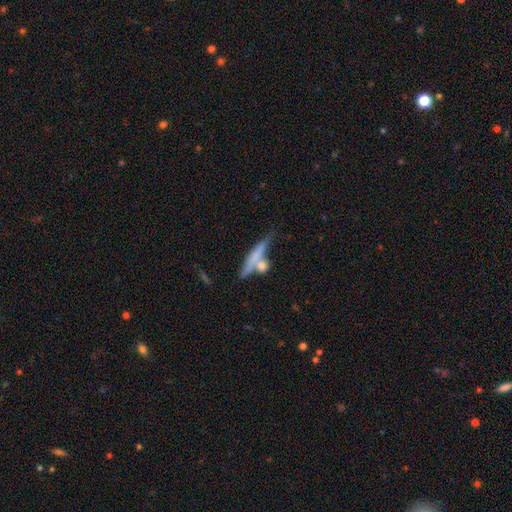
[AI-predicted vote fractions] smooth-or-featured: smooth: 55% | featured or disk: 38% | star or artifact: 8%
  how-rounded: cigar-shaped: 80% | in between: 14% | round: 7%
  merging: none: 49% | merger: 30% | minor disturbance: 14% | major disturbance: 7%